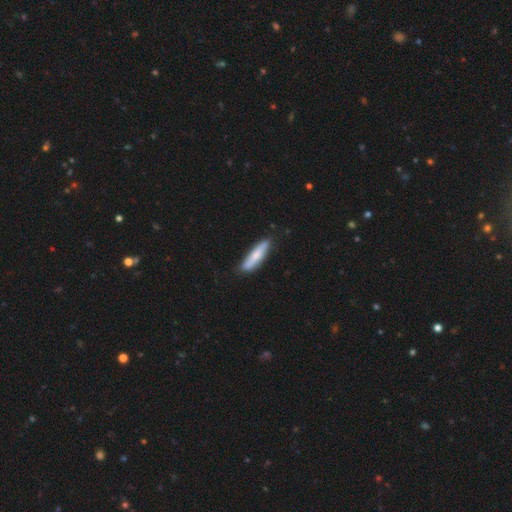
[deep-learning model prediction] smooth-or-featured: smooth: 71% | featured or disk: 23% | star or artifact: 5%
  how-rounded: cigar-shaped: 79% | in between: 20% | round: 1%
  merging: none: 80% | minor disturbance: 15% | major disturbance: 2% | merger: 2%